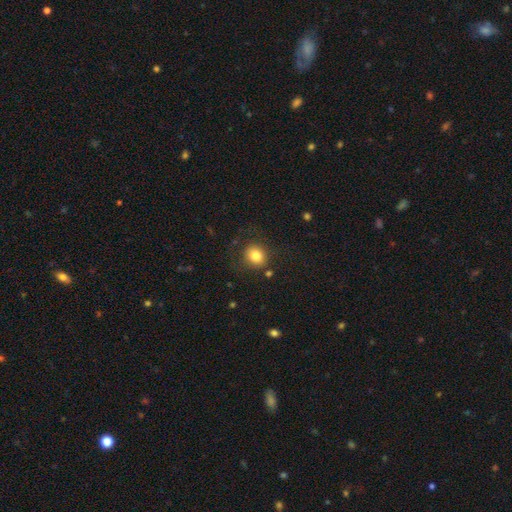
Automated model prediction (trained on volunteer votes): Smooth or featured: smooth — 82% (star or artifact — 11%)
How rounded: round — 72% (in between — 27%)
Merging: none — 81% (minor disturbance — 12%)